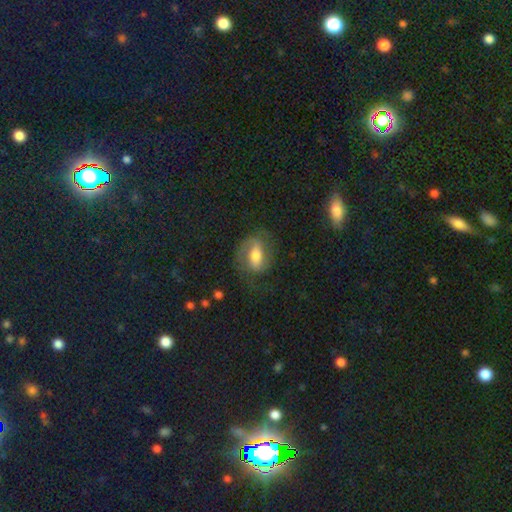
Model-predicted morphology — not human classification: Smooth or featured?
  - featured or disk: 60% *
  - smooth: 31%
  - star or artifact: 9%
Edge-on disk?
  - no: 95% *
  - yes: 5%
Bar?
  - weak: 42% *
  - strong: 31%
  - no: 27%
Spiral arms?
  - yes: 86% *
  - no: 14%
Bulge size?
  - moderate: 52% *
  - large: 28%
  - small: 14%
  - dominant: 3%
  - none: 3%
Merging?
  - none: 62% *
  - minor disturbance: 19%
  - major disturbance: 18%
  - merger: 2%